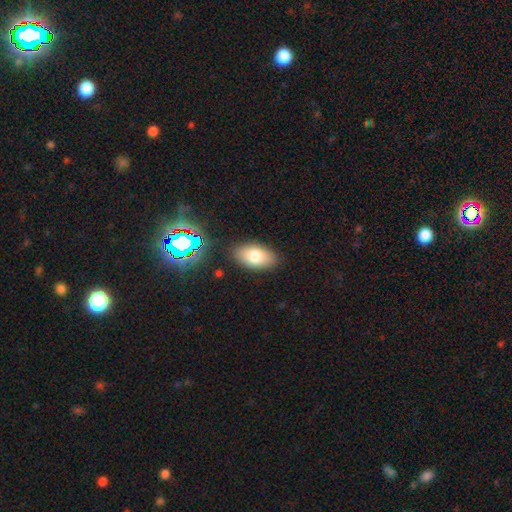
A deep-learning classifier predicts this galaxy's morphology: smooth-or-featured: smooth: 65% | star or artifact: 22% | featured or disk: 13%
  how-rounded: in between: 89% | round: 8% | cigar-shaped: 3%
  merging: none: 87% | minor disturbance: 8% | major disturbance: 2% | merger: 2%